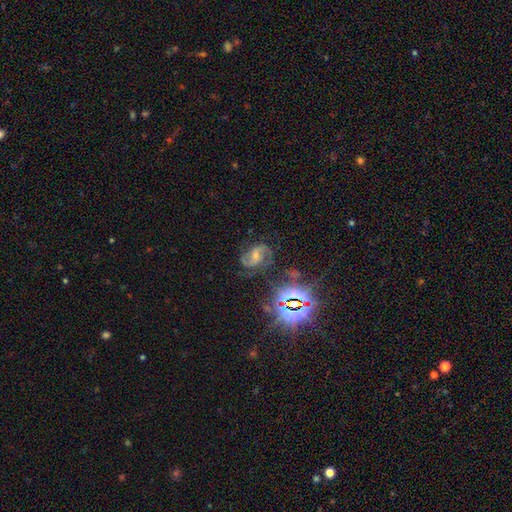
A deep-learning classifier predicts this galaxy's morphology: This appears to be a featured or disk galaxy (70%) with a weak bar (44%), 2 (88%) medium (55%) spiral arms (96%) and a small central bulge (47%). Merging: none (76%).